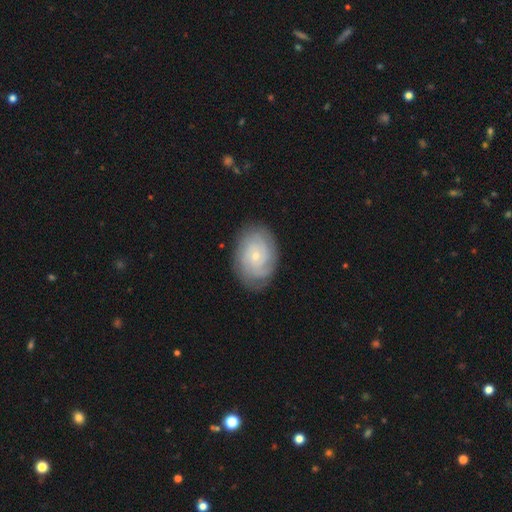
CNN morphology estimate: smooth-or-featured: featured or disk: 74% | smooth: 20% | star or artifact: 6%
  disk-edge-on: no: 97% | yes: 3%
    bar: no: 74% | weak: 23% | strong: 3%
    has-spiral-arms: yes: 94% | no: 6%
      spiral-winding: tight: 75% | medium: 20% | loose: 5%
      spiral-arm-count: can't tell: 39% | 2: 19% | 3: 18% | 4: 12% | more than 4: 6% | 1: 5%
    bulge-size: small: 76% | moderate: 20% | none: 2% | large: 1% | dominant: 1%
  merging: none: 82% | minor disturbance: 13% | major disturbance: 4% | merger: 1%